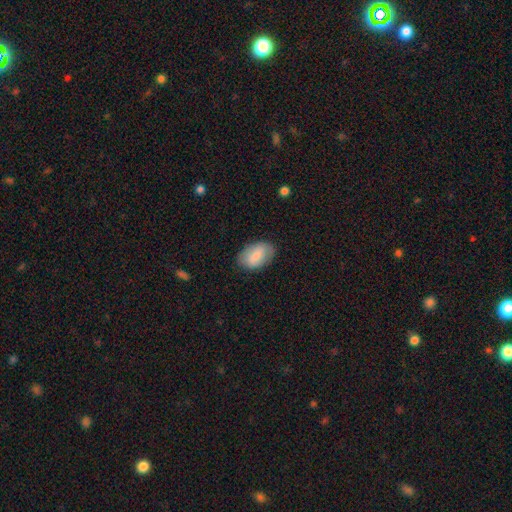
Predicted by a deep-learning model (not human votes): smooth_or_featured: smooth (p=0.77) [alt: featured or disk p=0.17]
how_rounded: in between (p=0.92) [alt: round p=0.07]
merging: none (p=0.80) [alt: minor disturbance p=0.15]